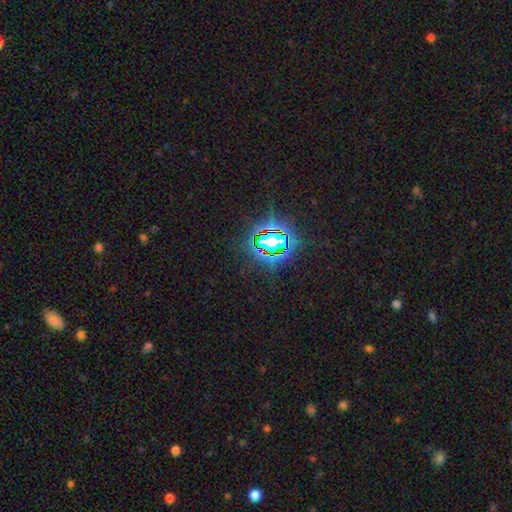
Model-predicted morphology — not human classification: type=star or artifact (80%).